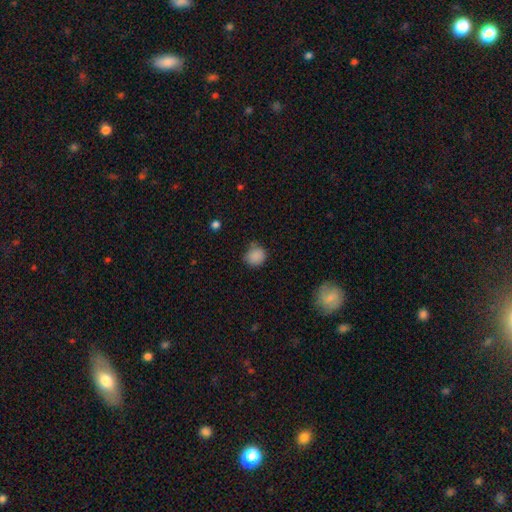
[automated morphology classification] Smooth or featured? smooth (86%)
How rounded? round (81%)
Merging? none (70%)